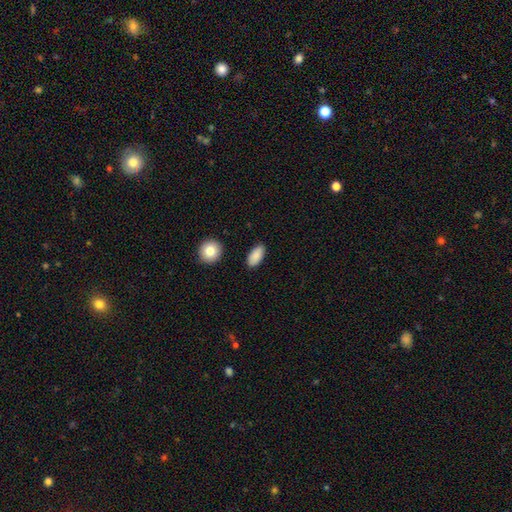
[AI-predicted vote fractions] Overall: smooth (88%). How rounded: in between (90%). Merging: none (87%).